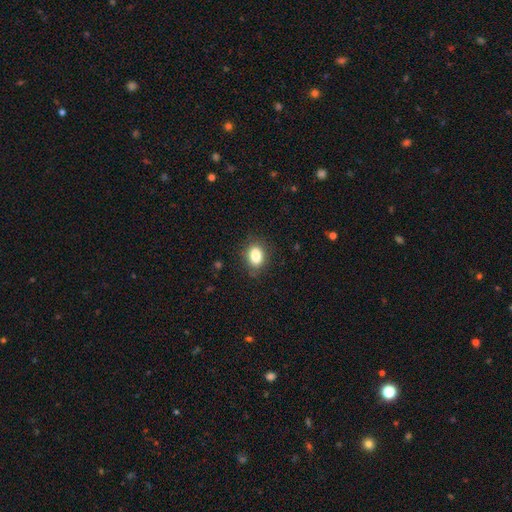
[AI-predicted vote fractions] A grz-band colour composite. It shows a smooth galaxy with no disk features (85%) that is in between round and cigar-shaped (76%). Merging: none (83%).